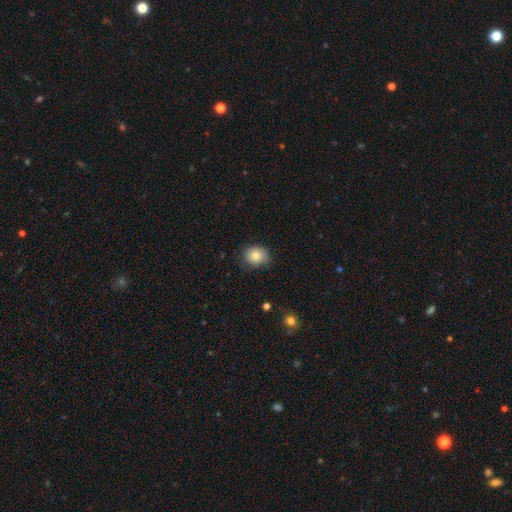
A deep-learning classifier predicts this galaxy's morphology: type=smooth (82%); roundness=round (69%); merging=none (80%).